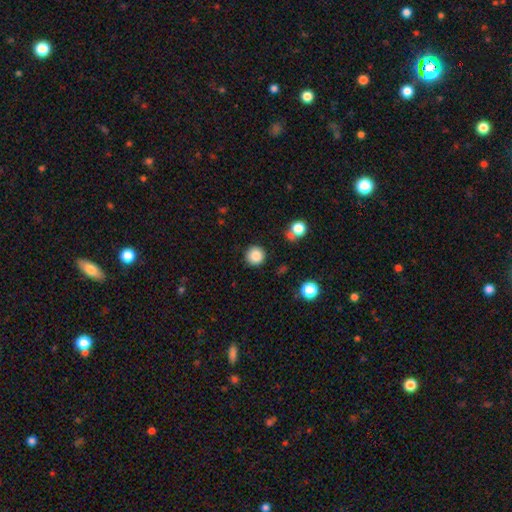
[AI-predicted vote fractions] Q: Smooth or featured?
A: smooth (86%); runner-up: star or artifact (10%)
Q: How rounded?
A: round (95%); runner-up: in between (4%)
Q: Merging?
A: none (89%); runner-up: minor disturbance (7%)